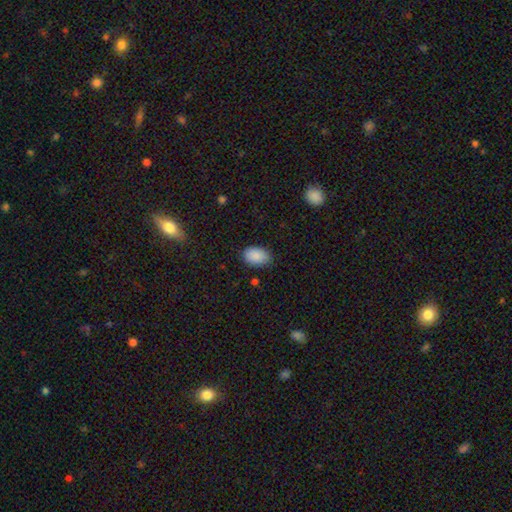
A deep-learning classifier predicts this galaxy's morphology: This appears to be a smooth galaxy with no disk features (89%) that is in between round and cigar-shaped (86%). Merging: none (78%).